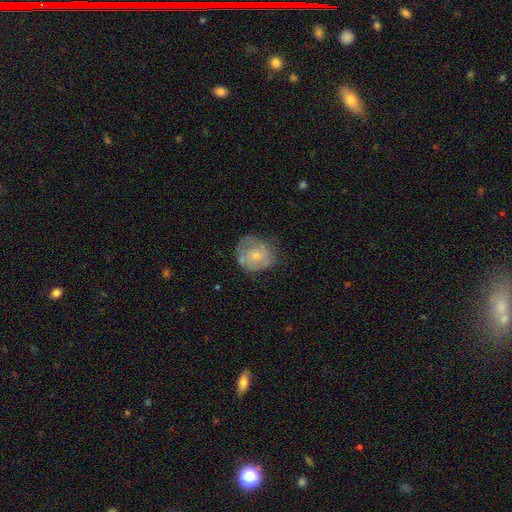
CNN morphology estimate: smooth 47%, featured or disk 46%, star or artifact 7%. Down the decision tree: merging — none (54%).